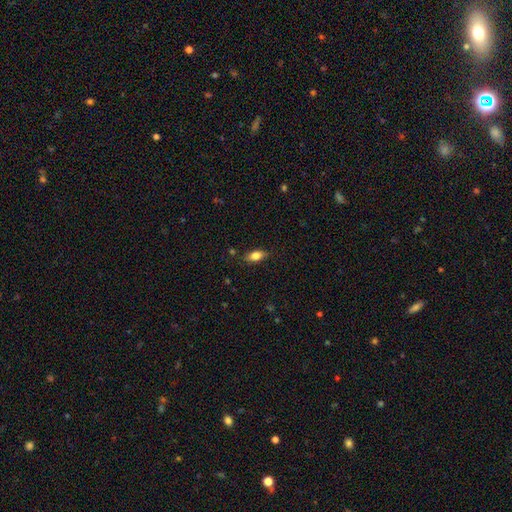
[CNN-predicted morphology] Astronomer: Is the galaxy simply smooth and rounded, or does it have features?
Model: smooth — 80%.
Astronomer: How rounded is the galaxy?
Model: in between — 85%.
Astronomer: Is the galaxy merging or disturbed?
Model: none — 82%.